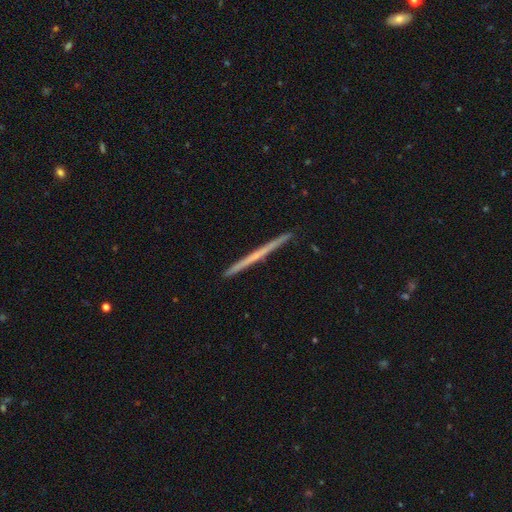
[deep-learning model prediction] Morphology: type=featured or disk (60%); edge-on=yes (98%); edge-on bulge=none (86%); merging=none (93%).